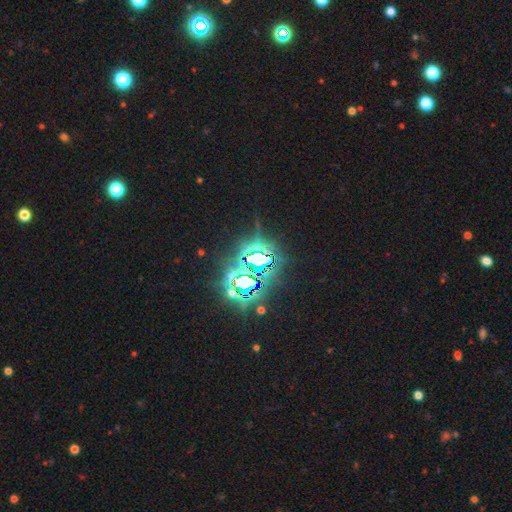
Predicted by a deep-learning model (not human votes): smooth-or-featured: star or artifact: 84% | smooth: 9% | featured or disk: 7%